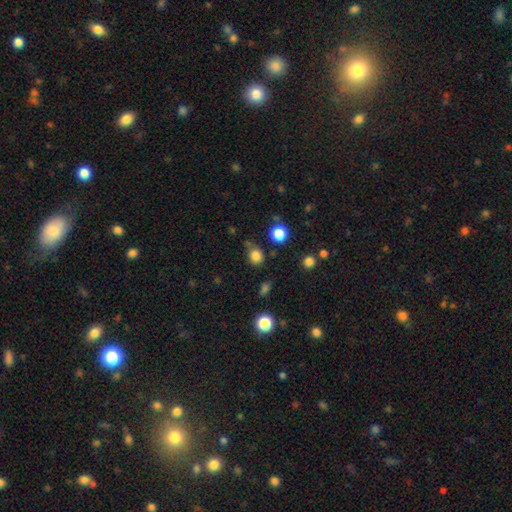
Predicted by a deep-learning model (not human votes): Smooth or featured: smooth — 81% (star or artifact — 14%)
How rounded: round — 75% (in between — 23%)
Merging: none — 71% (minor disturbance — 18%)